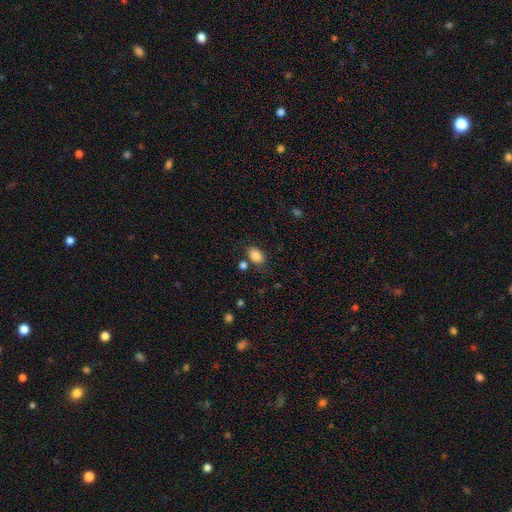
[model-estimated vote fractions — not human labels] Smooth or featured? Predicted: smooth (p=0.85). How rounded? Predicted: in between (p=0.79). Merging? Predicted: none (p=0.73).